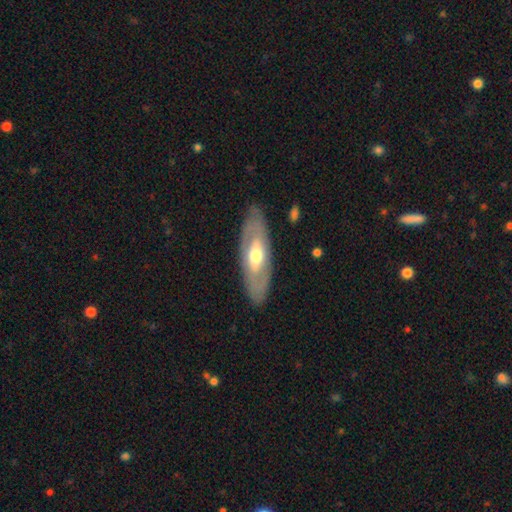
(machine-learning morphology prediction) Q: Smooth or featured?
A: featured or disk (60%); runner-up: smooth (35%)
Q: Edge-on disk?
A: no (77%); runner-up: yes (23%)
Q: Merging?
A: none (83%); runner-up: minor disturbance (12%)